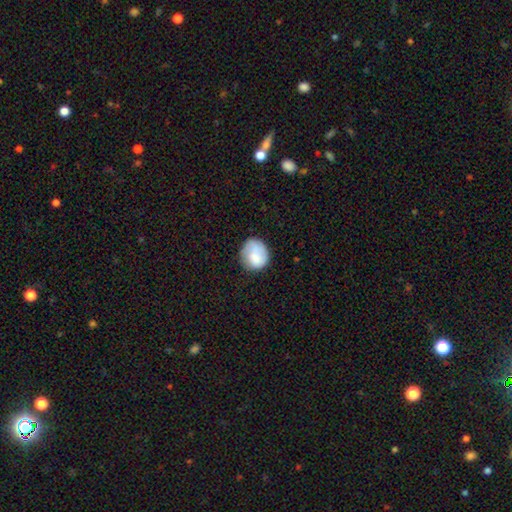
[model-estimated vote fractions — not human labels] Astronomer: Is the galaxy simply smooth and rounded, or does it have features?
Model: smooth — 79%.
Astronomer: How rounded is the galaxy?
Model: round — 72%.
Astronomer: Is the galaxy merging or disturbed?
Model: none — 66%.